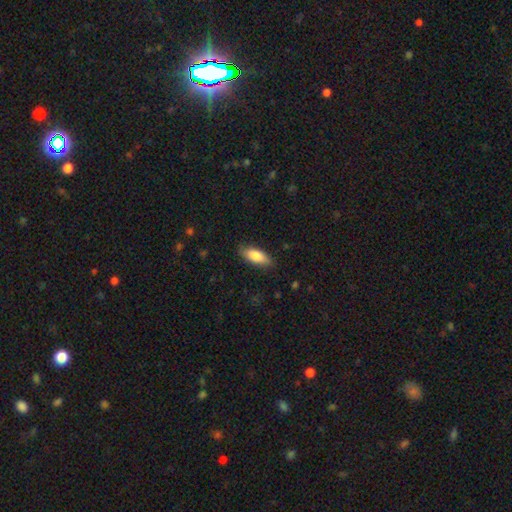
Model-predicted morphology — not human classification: This appears to be a smooth galaxy with no disk features (83%) that is in between round and cigar-shaped (78%). Merging: none (82%).